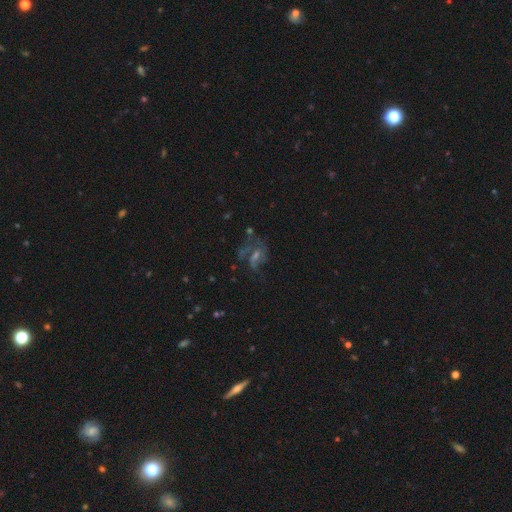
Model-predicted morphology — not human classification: smooth_or_featured: featured or disk (p=0.59) [alt: star or artifact p=0.23]
disk_edge_on: no (p=0.96) [alt: yes p=0.04]
bar: no (p=0.46) [alt: weak p=0.41]
has_spiral_arms: yes (p=0.74) [alt: no p=0.26]
bulge_size: small (p=0.47) [alt: moderate p=0.32]
merging: none (p=0.46) [alt: major disturbance p=0.30]